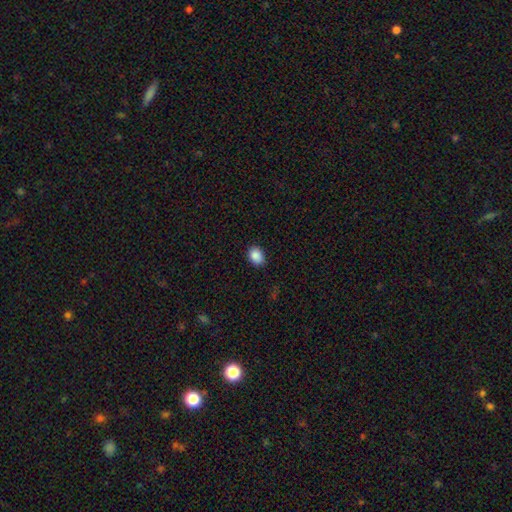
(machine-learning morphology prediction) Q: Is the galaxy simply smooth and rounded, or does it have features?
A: smooth — 89%.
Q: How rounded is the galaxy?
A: in between — 73%.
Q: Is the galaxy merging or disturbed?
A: none — 86%.